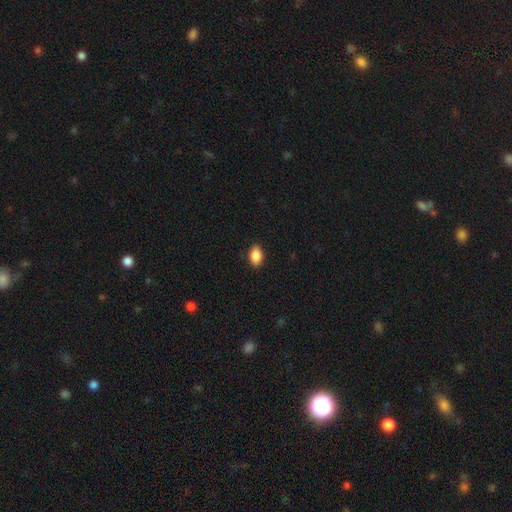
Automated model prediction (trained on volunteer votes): Smooth or featured: smooth — 89% (star or artifact — 7%)
How rounded: in between — 90% (round — 8%)
Merging: none — 88% (minor disturbance — 9%)